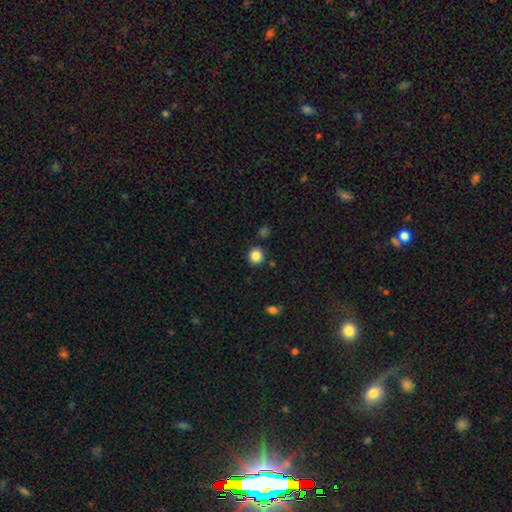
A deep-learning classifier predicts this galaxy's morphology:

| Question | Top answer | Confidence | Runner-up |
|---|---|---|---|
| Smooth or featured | smooth | 86% | star or artifact (11%) |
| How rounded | round | 91% | in between (8%) |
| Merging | none | 87% | minor disturbance (7%) |